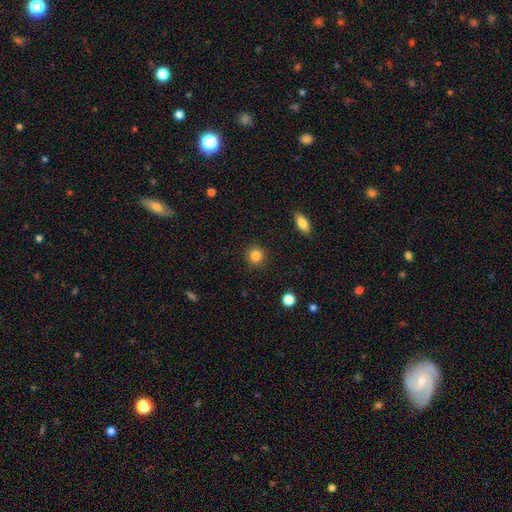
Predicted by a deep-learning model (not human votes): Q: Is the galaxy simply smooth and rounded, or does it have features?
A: smooth — 85%.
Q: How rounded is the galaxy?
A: round — 91%.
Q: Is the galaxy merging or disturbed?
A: none — 91%.